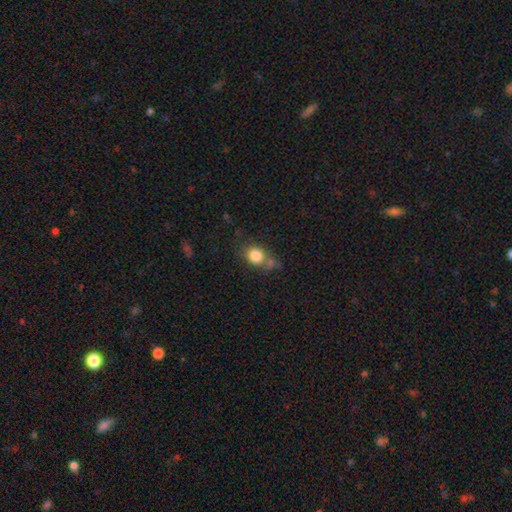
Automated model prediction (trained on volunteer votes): This appears to be a smooth galaxy with no disk features (83%) that is round (67%). Merging: none (58%).